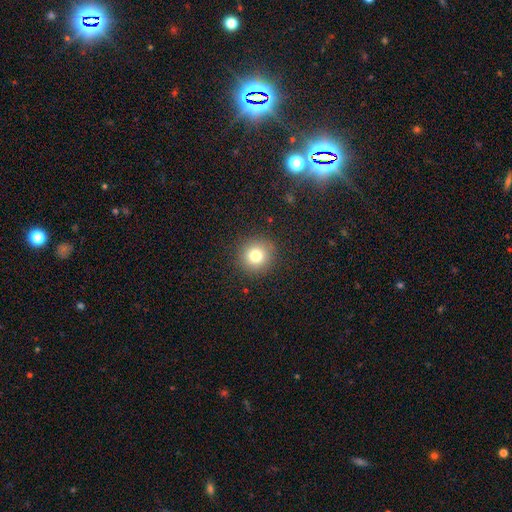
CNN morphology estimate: Smooth or featured? Predicted: smooth (p=0.78). How rounded? Predicted: round (p=0.92). Merging? Predicted: none (p=0.90).